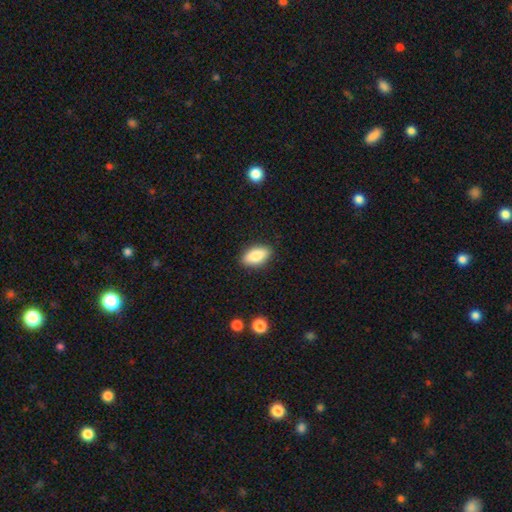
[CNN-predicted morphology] type=smooth (81%); roundness=in between (88%); merging=none (88%).